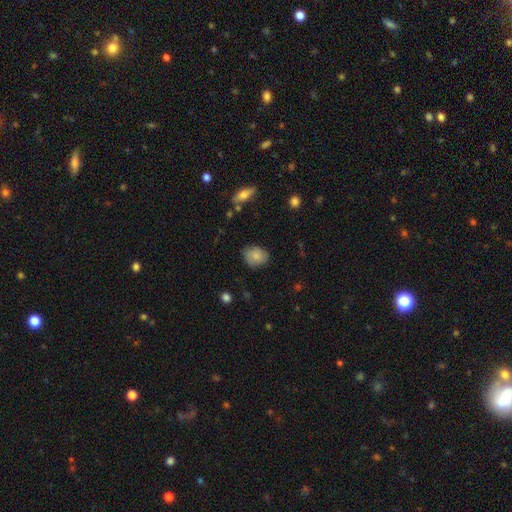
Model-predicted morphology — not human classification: Smooth or featured?
  - smooth: 81% *
  - featured or disk: 11%
  - star or artifact: 7%
How rounded?
  - round: 53% *
  - in between: 46%
  - cigar-shaped: 1%
Merging?
  - none: 78% *
  - minor disturbance: 18%
  - major disturbance: 3%
  - merger: 1%